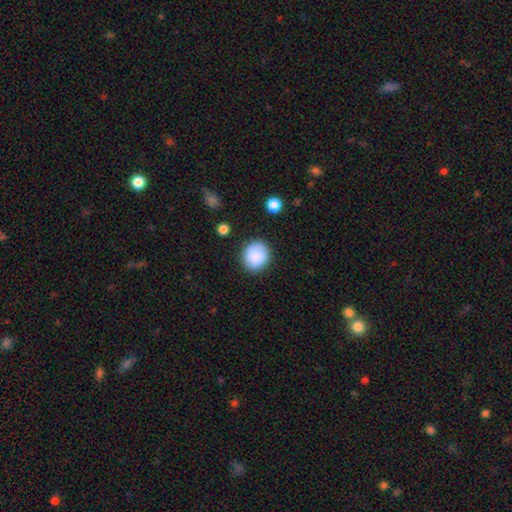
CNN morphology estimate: The model was most divided on "how rounded": round: 76%, in between: 23%, cigar-shaped: 1%. More confident: smooth or featured — smooth (88%); merging — none (86%).